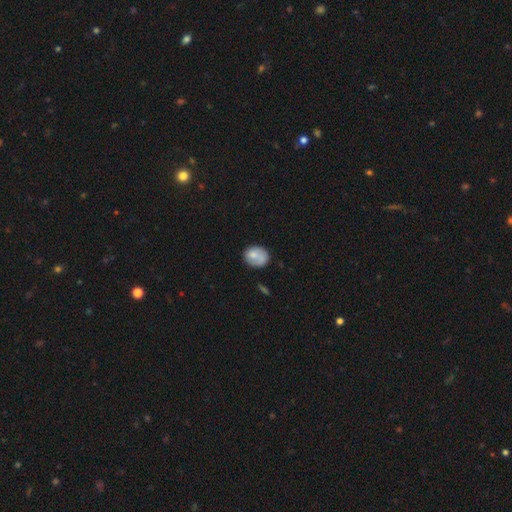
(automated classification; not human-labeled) Q: Smooth or featured?
A: smooth (76%); runner-up: featured or disk (16%)
Q: How rounded?
A: round (58%); runner-up: in between (41%)
Q: Merging?
A: none (63%); runner-up: minor disturbance (25%)